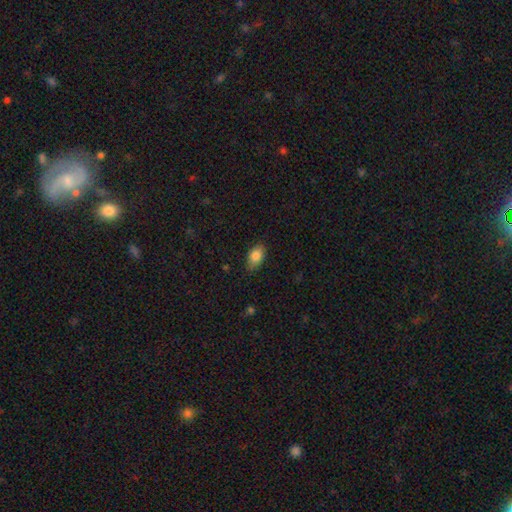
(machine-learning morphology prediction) A smooth galaxy with no disk features (85%) that is in between round and cigar-shaped (89%).

Vote fractions:
- Smooth or featured? smooth: 85% / star or artifact: 8% / featured or disk: 7%
- How rounded? in between: 89% / round: 8% / cigar-shaped: 3%
- Merging? none: 80% / minor disturbance: 16% / major disturbance: 3% / merger: 1%